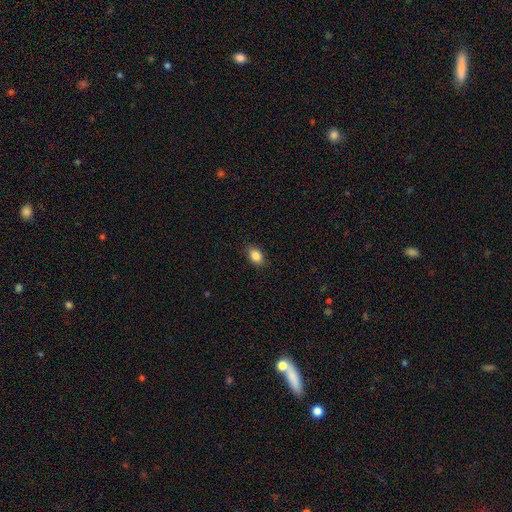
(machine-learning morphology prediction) This appears to be a smooth galaxy with no disk features (86%) that is in between round and cigar-shaped (81%). Merging: none (87%).